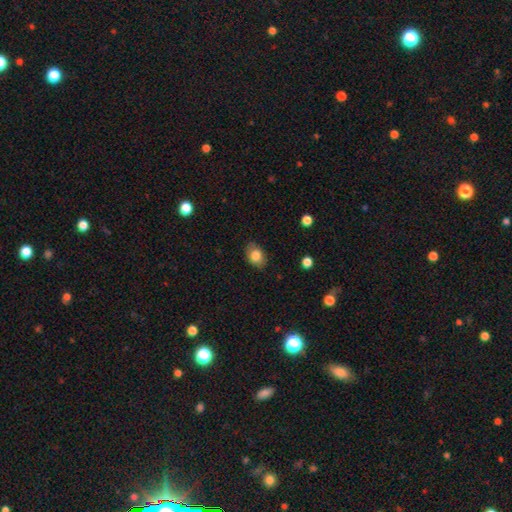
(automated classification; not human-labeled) Overall: smooth (82%). How rounded: in between (72%). Merging: none (82%).